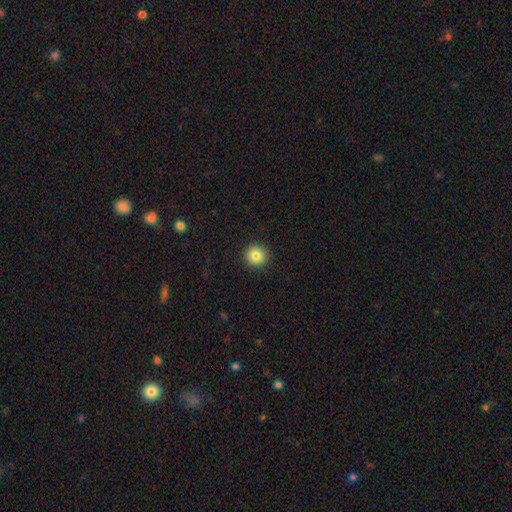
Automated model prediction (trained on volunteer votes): Smooth or featured?
  - smooth: 84% *
  - star or artifact: 10%
  - featured or disk: 6%
How rounded?
  - round: 94% *
  - in between: 5%
  - cigar-shaped: 1%
Merging?
  - none: 93% *
  - minor disturbance: 5%
  - major disturbance: 2%
  - merger: 1%